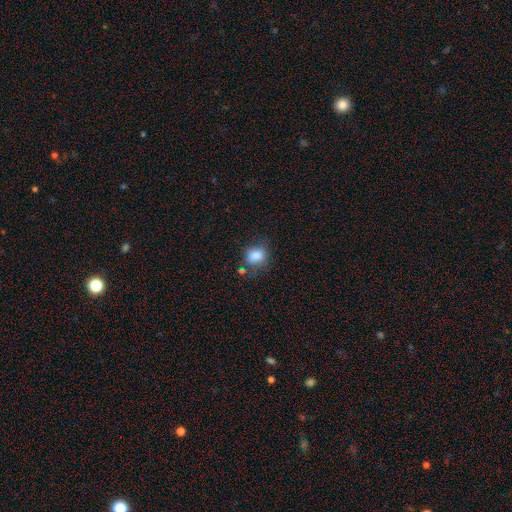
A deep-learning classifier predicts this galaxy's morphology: Smooth or featured? Predicted: smooth (p=0.84). How rounded? Predicted: in between (p=0.51). Merging? Predicted: none (p=0.57).